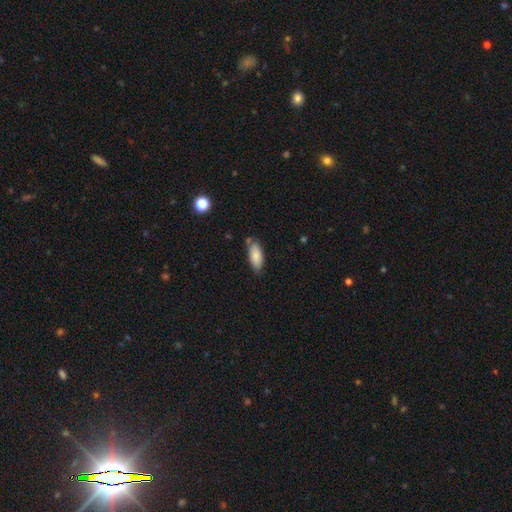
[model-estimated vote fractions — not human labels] Smooth or featured?
  - smooth: 83% *
  - featured or disk: 11%
  - star or artifact: 7%
How rounded?
  - in between: 81% *
  - cigar-shaped: 17%
  - round: 2%
Merging?
  - none: 71% *
  - minor disturbance: 20%
  - merger: 6%
  - major disturbance: 3%